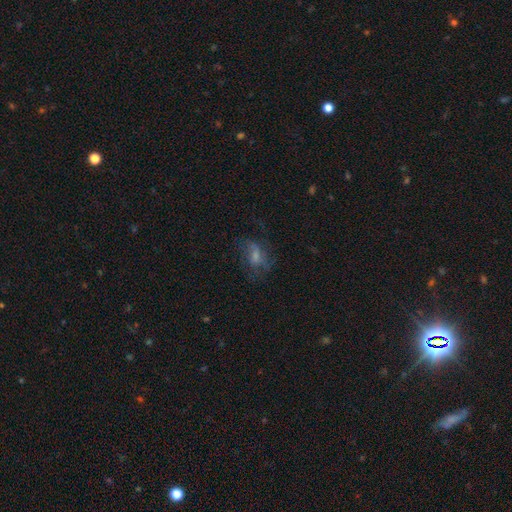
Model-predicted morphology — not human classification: type=featured or disk (45%); merging=none (55%).